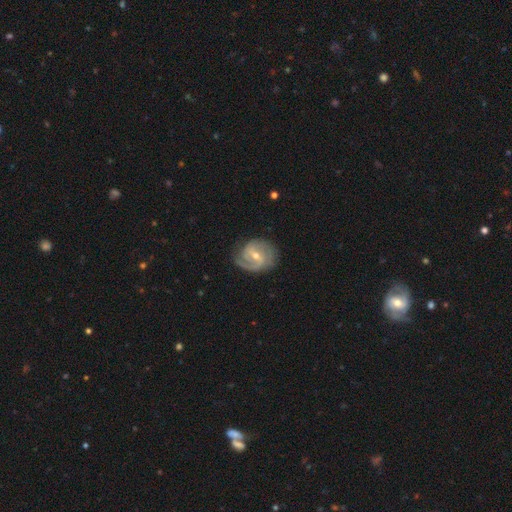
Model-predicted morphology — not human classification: Smooth or featured?
  - featured or disk: 86% *
  - smooth: 8%
  - star or artifact: 5%
Edge-on disk?
  - no: 97% *
  - yes: 3%
Bar?
  - weak: 52% *
  - no: 25%
  - strong: 23%
Spiral arms?
  - yes: 96% *
  - no: 4%
Spiral winding?
  - medium: 44% *
  - tight: 41%
  - loose: 14%
Spiral arm count?
  - 2: 67% *
  - can't tell: 11%
  - 3: 9%
  - 1: 8%
  - 4: 2%
  - more than 4: 2%
Bulge size?
  - small: 52% *
  - moderate: 46%
  - large: 1%
  - none: 1%
  - dominant: 1%
Merging?
  - none: 74% *
  - minor disturbance: 18%
  - major disturbance: 6%
  - merger: 1%